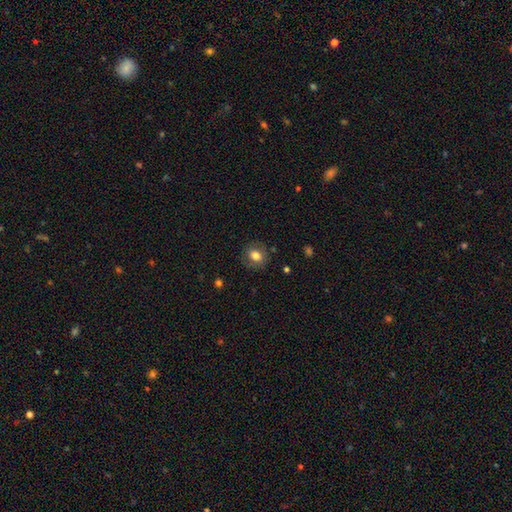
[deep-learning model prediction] The model was most divided on "how rounded": round: 61%, in between: 38%, cigar-shaped: 1%. More confident: merging — none (82%); smooth or featured — smooth (78%).